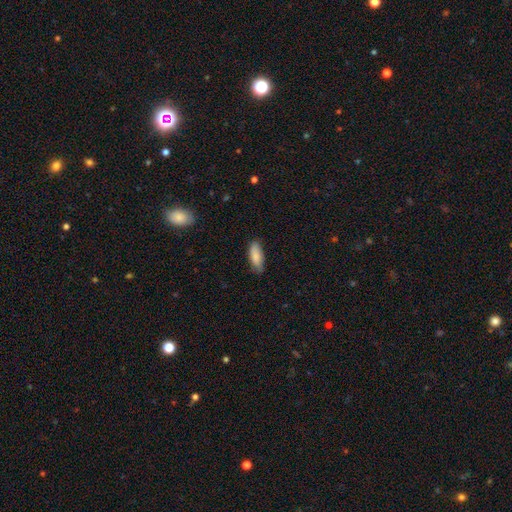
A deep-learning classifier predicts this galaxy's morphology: smooth 86%, featured or disk 8%, star or artifact 6%. Down the decision tree: how rounded — in between (74%); merging — none (79%).